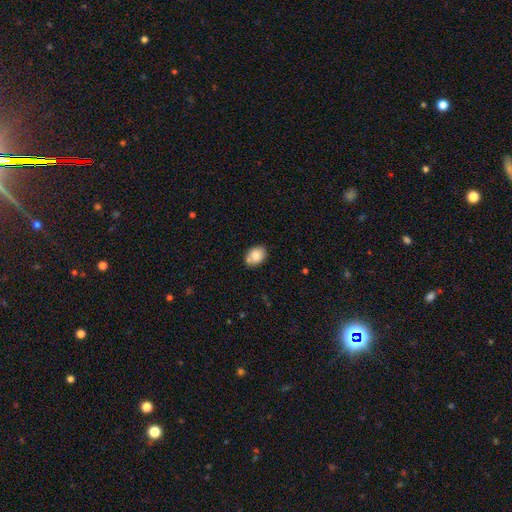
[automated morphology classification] This appears to be a smooth galaxy with no disk features (81%) that is in between round and cigar-shaped (67%). Merging: none (71%).